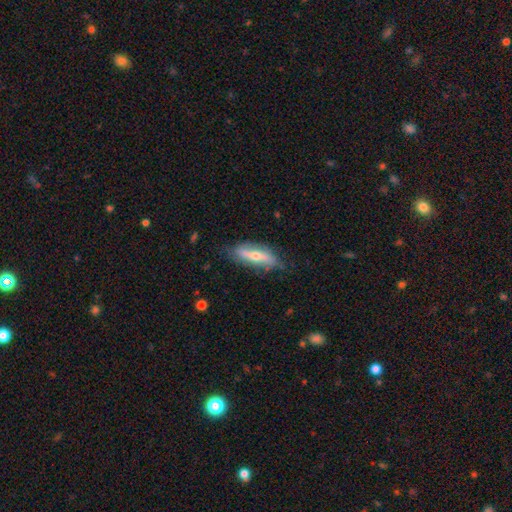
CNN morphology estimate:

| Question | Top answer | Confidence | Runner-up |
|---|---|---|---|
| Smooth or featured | featured or disk | 59% | smooth (35%) |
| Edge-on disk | no | 57% | yes (43%) |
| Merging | none | 73% | minor disturbance (20%) |